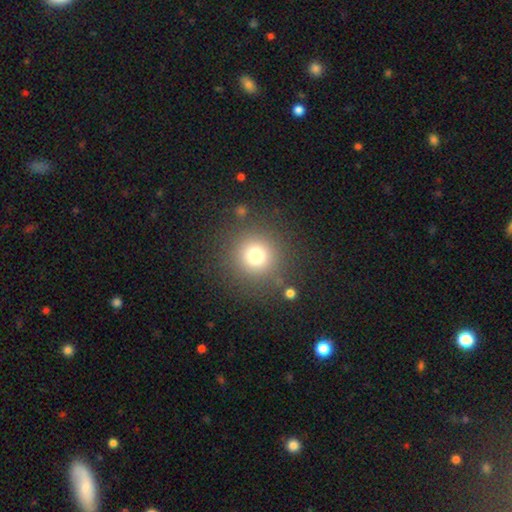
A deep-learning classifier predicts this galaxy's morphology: Smooth or featured? Predicted: smooth (p=0.74). How rounded? Predicted: round (p=0.95). Merging? Predicted: none (p=0.86).